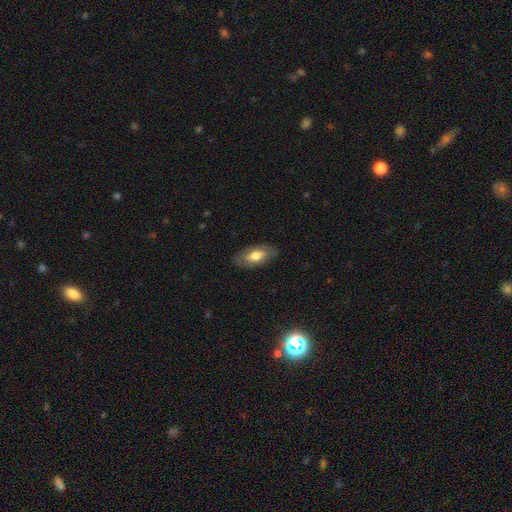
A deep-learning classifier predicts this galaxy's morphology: The model was most divided on "smooth or featured": smooth: 63%, featured or disk: 31%, star or artifact: 6%. More confident: how rounded — in between (90%); merging — none (83%).